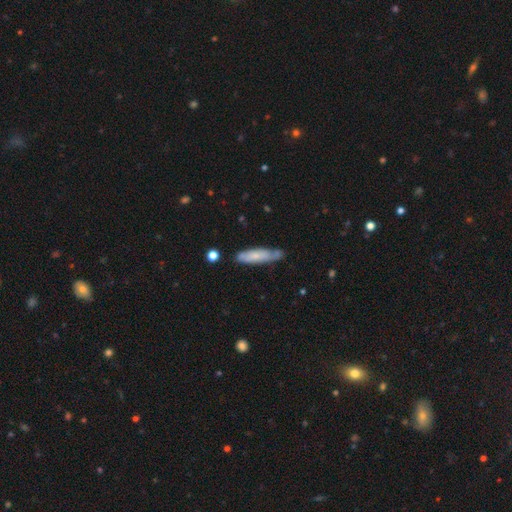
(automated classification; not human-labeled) Smooth or featured: smooth — 62% (featured or disk — 31%)
How rounded: cigar-shaped — 76% (in between — 23%)
Merging: none — 67% (minor disturbance — 23%)